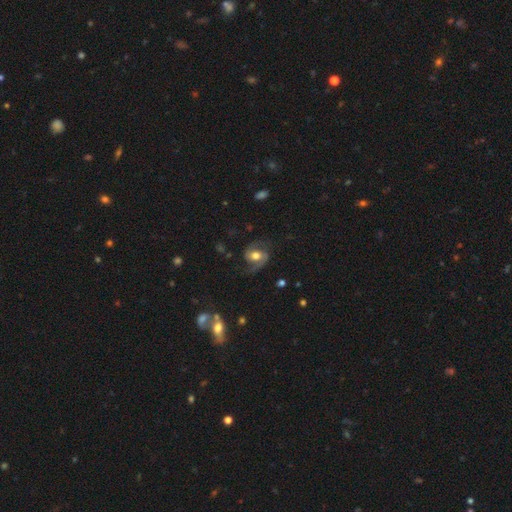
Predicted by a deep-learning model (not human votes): Smooth or featured: featured or disk — 80% (smooth — 14%)
Edge-on disk: no — 97% (yes — 3%)
Bar: no — 44% (weak — 40%)
Spiral arms: yes — 95% (no — 5%)
Spiral winding: medium — 53% (loose — 32%)
Spiral arm count: 2 — 91% (1 — 4%)
Bulge size: moderate — 64% (large — 24%)
Merging: none — 70% (minor disturbance — 17%)